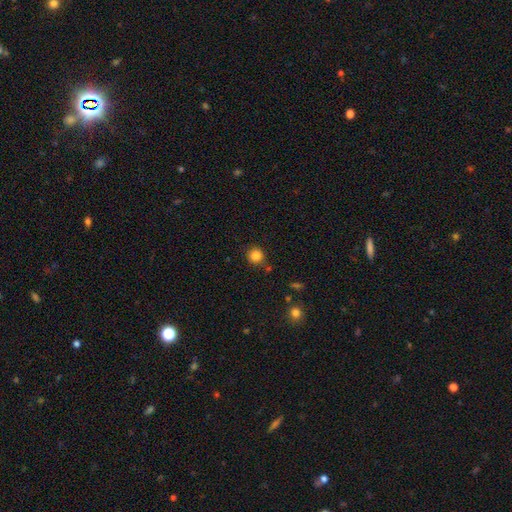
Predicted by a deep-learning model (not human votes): Q: Smooth or featured?
A: smooth (85%); runner-up: star or artifact (12%)
Q: How rounded?
A: round (91%); runner-up: in between (8%)
Q: Merging?
A: none (80%); runner-up: minor disturbance (11%)